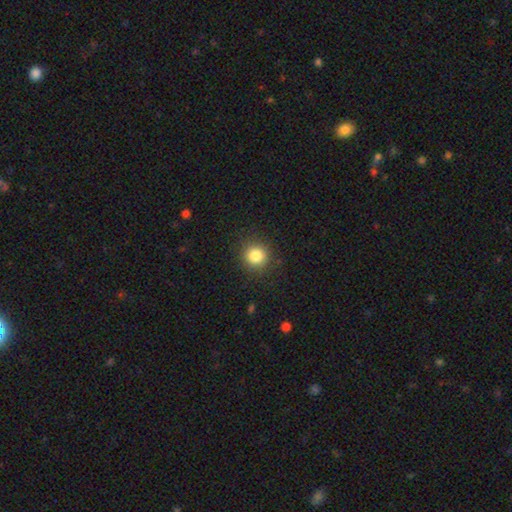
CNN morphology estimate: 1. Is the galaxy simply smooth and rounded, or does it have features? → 83% smooth, 12% star or artifact, 5% featured or disk.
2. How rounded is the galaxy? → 93% round, 7% in between, 1% cigar-shaped.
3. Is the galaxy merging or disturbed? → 89% none, 7% minor disturbance, 3% major disturbance, 1% merger.